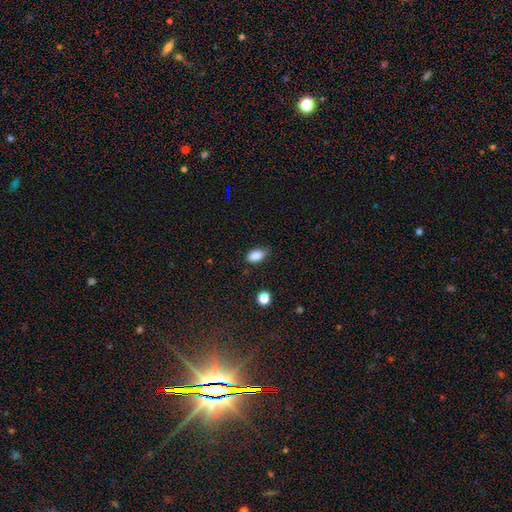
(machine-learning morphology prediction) A smooth galaxy with no disk features (86%) that is in between round and cigar-shaped (90%).

Vote fractions:
- Smooth or featured? smooth: 86% / star or artifact: 9% / featured or disk: 5%
- How rounded? in between: 90% / round: 7% / cigar-shaped: 3%
- Merging? none: 78% / minor disturbance: 18% / major disturbance: 3% / merger: 1%